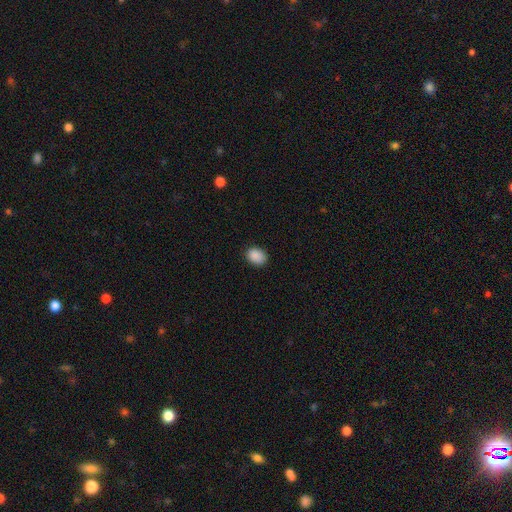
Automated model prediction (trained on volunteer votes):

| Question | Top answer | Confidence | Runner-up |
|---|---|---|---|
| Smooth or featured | smooth | 89% | star or artifact (8%) |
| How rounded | in between | 63% | round (36%) |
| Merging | none | 86% | minor disturbance (11%) |